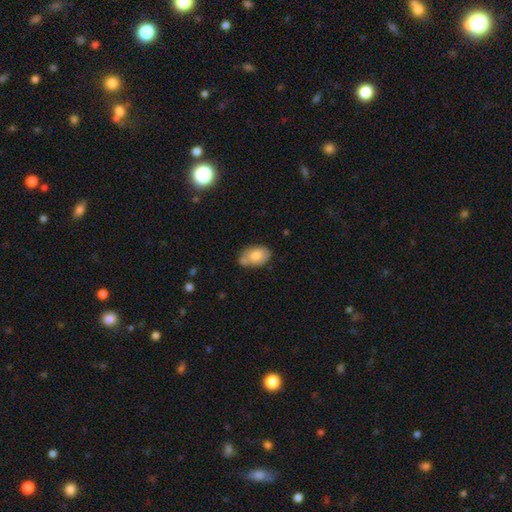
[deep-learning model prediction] Q: Smooth or featured?
A: smooth (74%); runner-up: featured or disk (19%)
Q: How rounded?
A: in between (87%); runner-up: round (11%)
Q: Merging?
A: none (50%); runner-up: minor disturbance (26%)